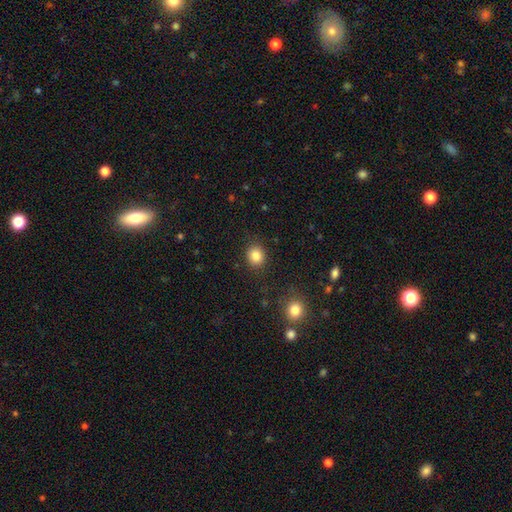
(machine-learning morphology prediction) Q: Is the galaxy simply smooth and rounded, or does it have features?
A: smooth — 84%.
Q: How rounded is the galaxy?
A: round — 78%.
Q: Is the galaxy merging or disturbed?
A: none — 88%.